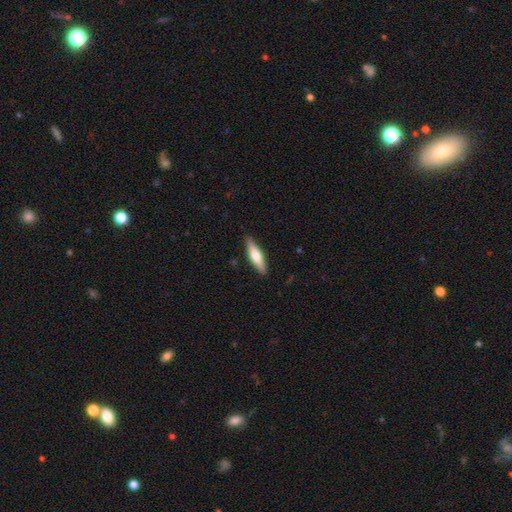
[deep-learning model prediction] Smooth or featured? Predicted: smooth (p=0.51). How rounded? Predicted: cigar-shaped (p=0.72). Merging? Predicted: none (p=0.89).